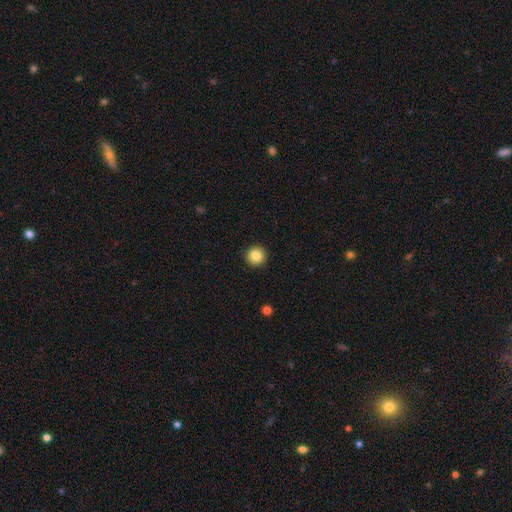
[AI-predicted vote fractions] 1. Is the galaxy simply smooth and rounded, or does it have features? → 86% smooth, 9% star or artifact, 5% featured or disk.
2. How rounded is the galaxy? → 95% round, 4% in between, 1% cigar-shaped.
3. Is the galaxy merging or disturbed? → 93% none, 5% minor disturbance, 2% major disturbance, 1% merger.